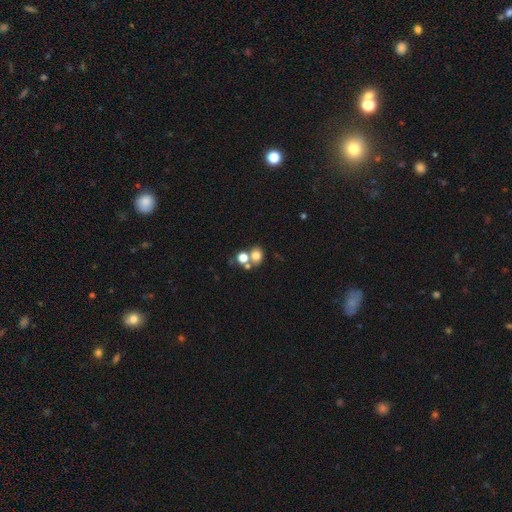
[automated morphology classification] A smooth galaxy with no disk features (74%) that is round (62%). Merging: none (47%).